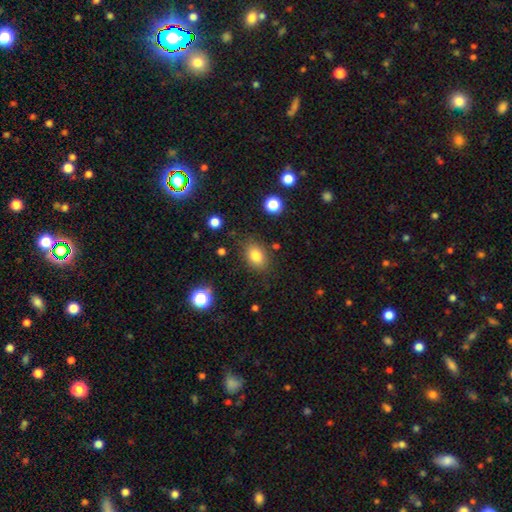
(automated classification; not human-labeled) A smooth galaxy with no disk features (81%) that is in between round and cigar-shaped (74%).

Vote fractions:
- Smooth or featured? smooth: 81% / star or artifact: 11% / featured or disk: 9%
- How rounded? in between: 74% / round: 24% / cigar-shaped: 1%
- Merging? none: 82% / minor disturbance: 12% / major disturbance: 4% / merger: 3%